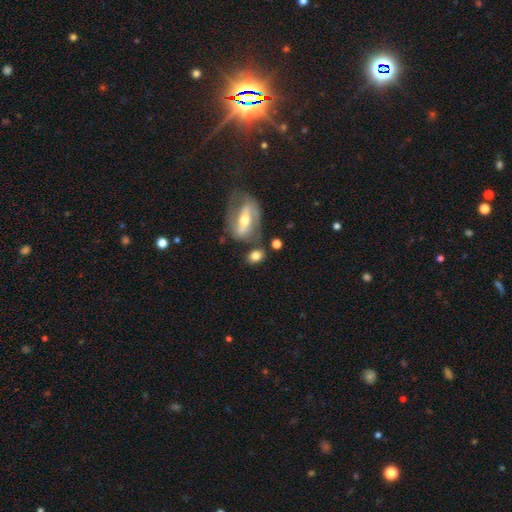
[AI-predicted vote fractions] smooth-or-featured: smooth: 68% | featured or disk: 24% | star or artifact: 8%
  how-rounded: in between: 63% | round: 32% | cigar-shaped: 4%
  merging: none: 63% | minor disturbance: 15% | merger: 15% | major disturbance: 7%